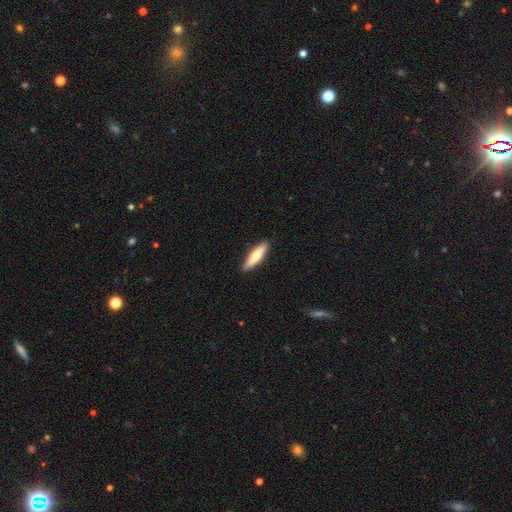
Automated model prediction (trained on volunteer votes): smooth_or_featured: smooth (p=0.61) [alt: featured or disk p=0.33]
how_rounded: cigar-shaped (p=0.69) [alt: in between p=0.29]
merging: none (p=0.90) [alt: minor disturbance p=0.08]